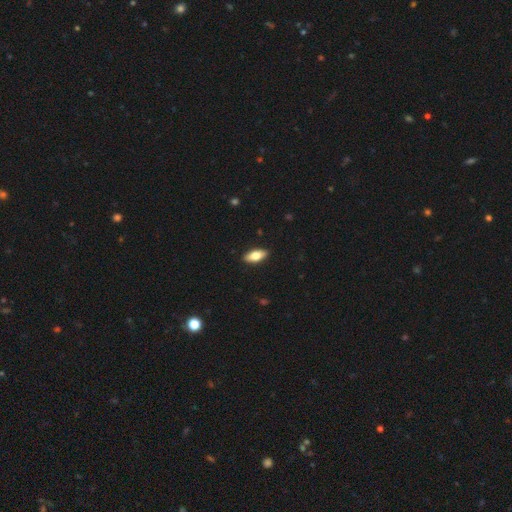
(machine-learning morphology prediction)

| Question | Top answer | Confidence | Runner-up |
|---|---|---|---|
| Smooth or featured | smooth | 70% | featured or disk (24%) |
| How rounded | in between | 82% | cigar-shaped (15%) |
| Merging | none | 90% | minor disturbance (8%) |